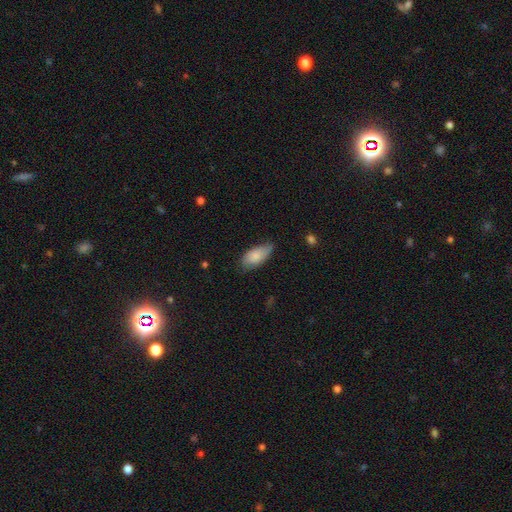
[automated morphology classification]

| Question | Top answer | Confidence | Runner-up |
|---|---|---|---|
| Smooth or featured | smooth | 81% | featured or disk (13%) |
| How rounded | in between | 92% | cigar-shaped (6%) |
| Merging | none | 63% | minor disturbance (31%) |